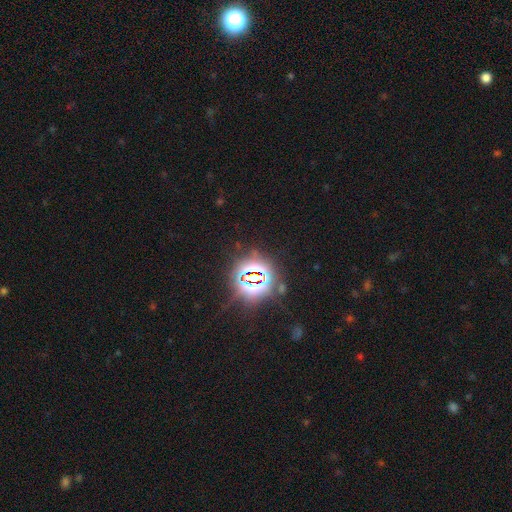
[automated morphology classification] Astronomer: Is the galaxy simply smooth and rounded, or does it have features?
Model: star or artifact — 83%.